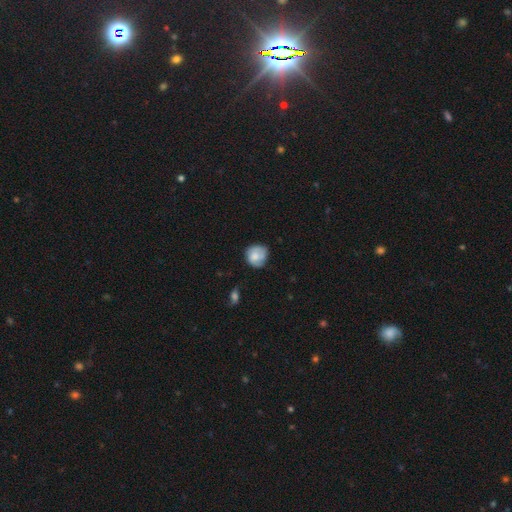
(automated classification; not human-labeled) Smooth or featured?
  - smooth: 69% *
  - featured or disk: 24%
  - star or artifact: 7%
How rounded?
  - round: 81% *
  - in between: 18%
  - cigar-shaped: 1%
Merging?
  - none: 60% *
  - minor disturbance: 30%
  - major disturbance: 8%
  - merger: 2%